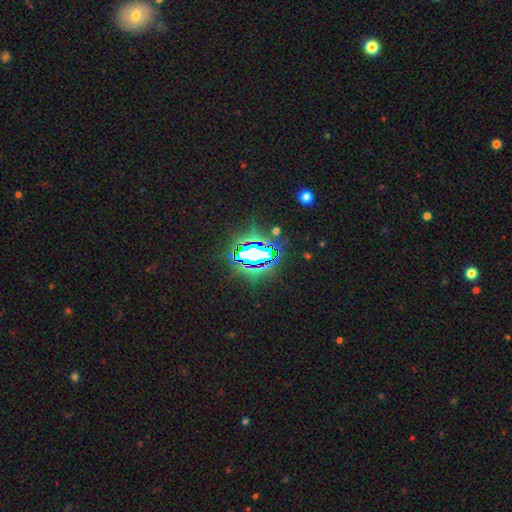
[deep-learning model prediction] Smooth or featured? star or artifact (76%)